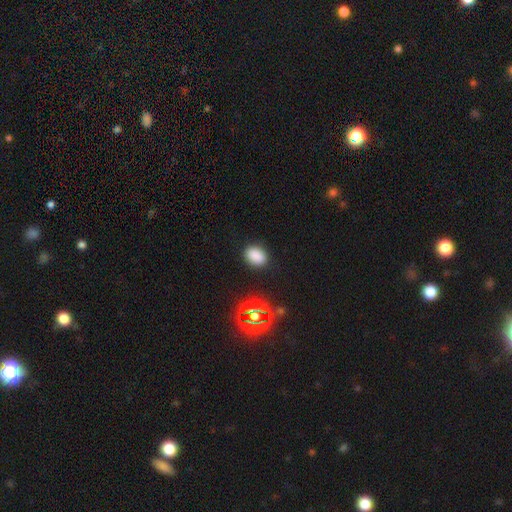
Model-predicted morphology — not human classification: Q: Smooth or featured?
A: smooth (81%); runner-up: star or artifact (15%)
Q: How rounded?
A: in between (75%); runner-up: round (23%)
Q: Merging?
A: none (86%); runner-up: minor disturbance (10%)